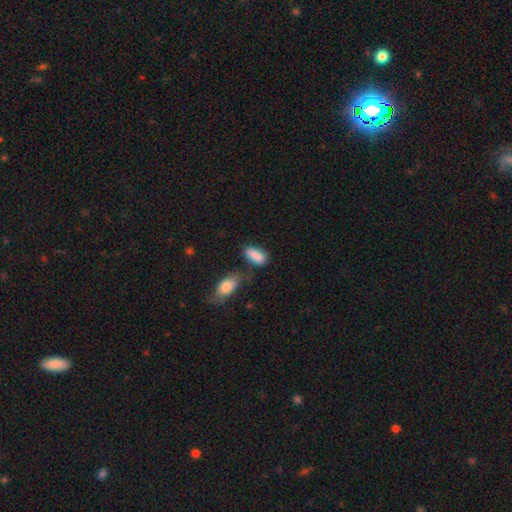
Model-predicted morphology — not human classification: Q: Smooth or featured?
A: smooth (87%); runner-up: star or artifact (7%)
Q: How rounded?
A: in between (86%); runner-up: cigar-shaped (11%)
Q: Merging?
A: none (57%); runner-up: minor disturbance (21%)